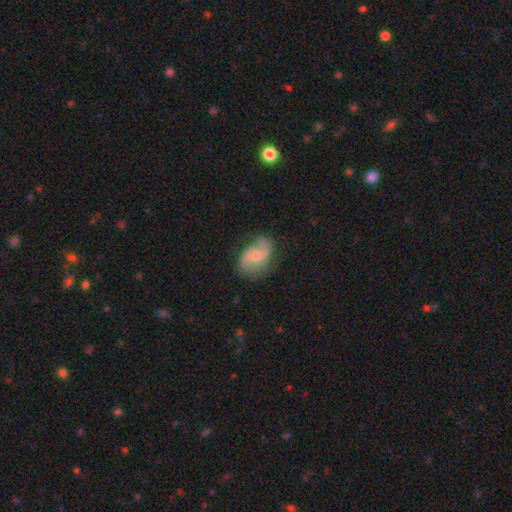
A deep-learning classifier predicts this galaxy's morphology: smooth_or_featured: featured or disk (p=0.77) [alt: smooth p=0.17]
disk_edge_on: no (p=0.97) [alt: yes p=0.03]
bar: no (p=0.54) [alt: weak p=0.39]
has_spiral_arms: yes (p=0.93) [alt: no p=0.07]
spiral_winding: medium (p=0.47) [alt: loose p=0.34]
spiral_arm_count: 2 (p=0.86) [alt: can't tell p=0.06]
bulge_size: moderate (p=0.58) [alt: small p=0.36]
merging: none (p=0.68) [alt: minor disturbance p=0.22]